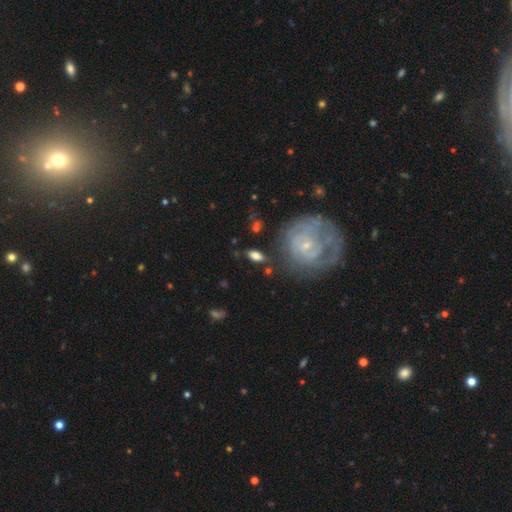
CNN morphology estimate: smooth-or-featured: smooth: 65% | featured or disk: 27% | star or artifact: 8%
  how-rounded: in between: 83% | round: 9% | cigar-shaped: 8%
  merging: none: 76% | minor disturbance: 14% | major disturbance: 5% | merger: 5%